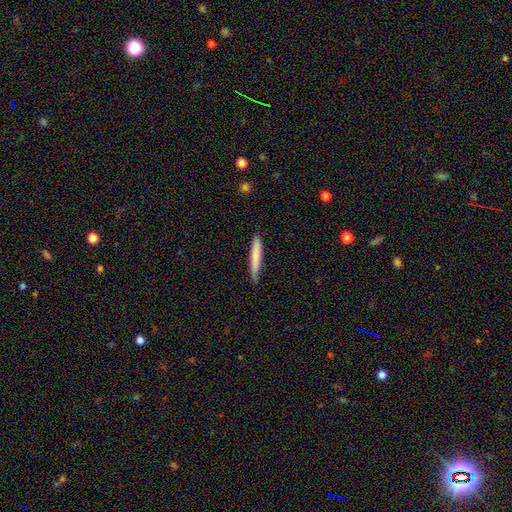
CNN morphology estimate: This is likely a smooth galaxy (76%). How rounded: clearly cigar-shaped (95%). Merging: clearly none (86%).